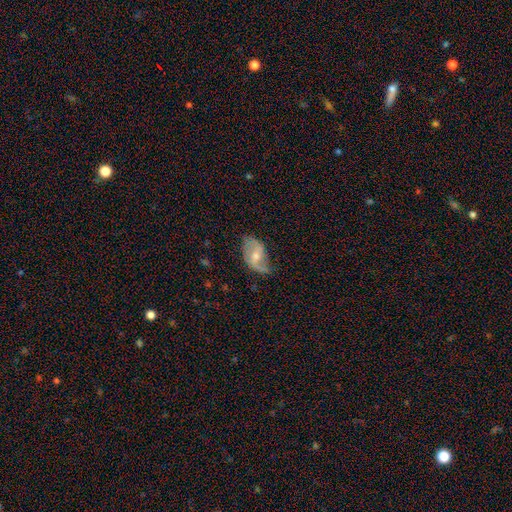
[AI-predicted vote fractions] Overall: featured or disk (69%). Edge-on disk: no (96%). Bar: weak (46%; no 41%). Spiral arms: yes (86%). Spiral arm count: 2 (82%). Spiral winding: loose (63%; medium 28%). Bulge size: moderate (60%; small 32%). Merging: none (57%; minor disturbance 29%).